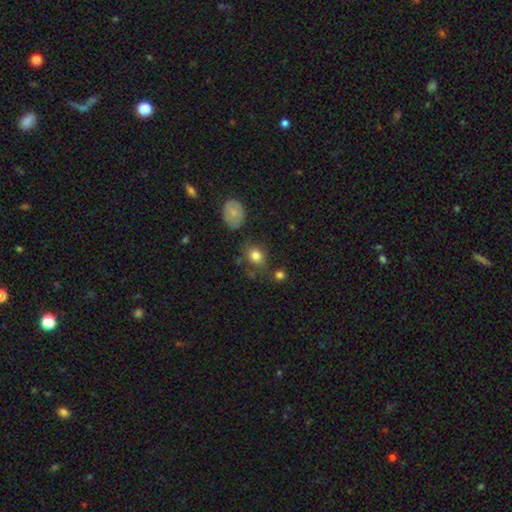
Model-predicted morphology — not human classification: Overall: smooth (81%). How rounded: round (56%; in between 43%). Merging: none (69%).